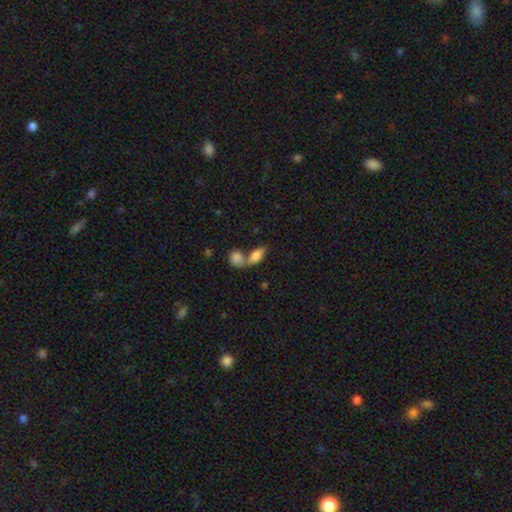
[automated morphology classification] smooth_or_featured: smooth (p=0.77) [alt: featured or disk p=0.14]
how_rounded: in between (p=0.78) [alt: cigar-shaped p=0.14]
merging: merger (p=0.55) [alt: none p=0.32]